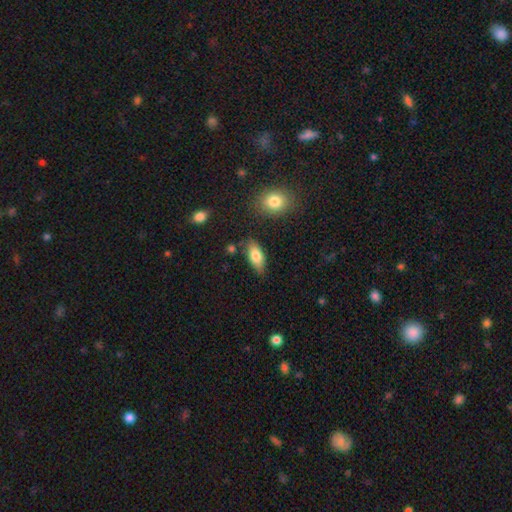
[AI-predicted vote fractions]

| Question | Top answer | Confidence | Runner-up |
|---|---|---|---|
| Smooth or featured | smooth | 80% | featured or disk (14%) |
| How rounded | in between | 85% | cigar-shaped (12%) |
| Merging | none | 78% | minor disturbance (15%) |